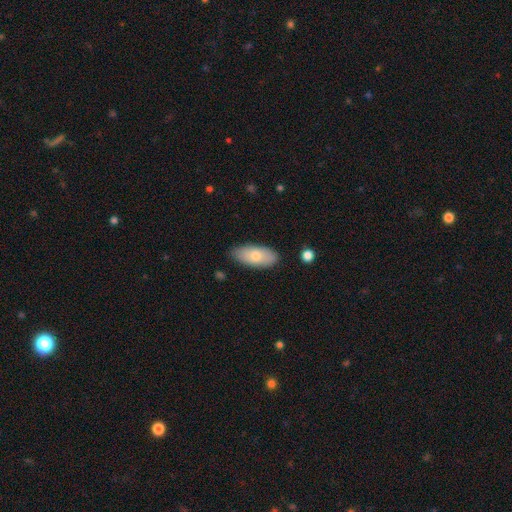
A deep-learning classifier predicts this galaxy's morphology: Overall: smooth (76%). How rounded: in between (89%). Merging: none (82%).